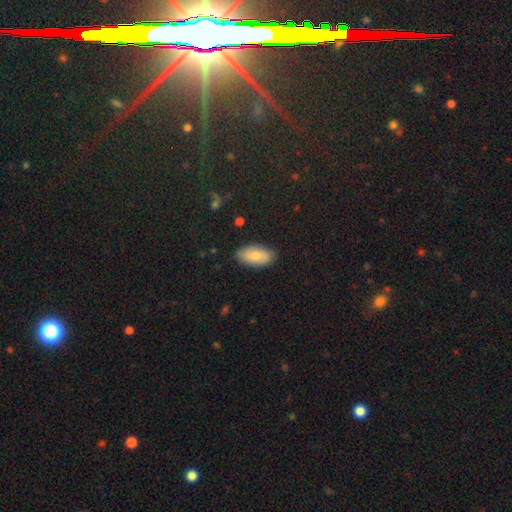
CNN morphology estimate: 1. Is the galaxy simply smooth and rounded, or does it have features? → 72% smooth, 21% featured or disk, 7% star or artifact.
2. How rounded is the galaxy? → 94% in between, 3% round, 3% cigar-shaped.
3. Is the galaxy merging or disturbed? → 84% none, 12% minor disturbance, 2% major disturbance, 1% merger.